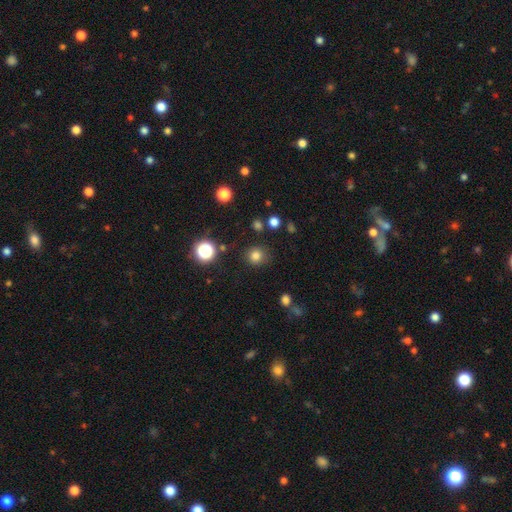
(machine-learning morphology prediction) type=smooth (80%); roundness=round (91%); merging=none (86%).